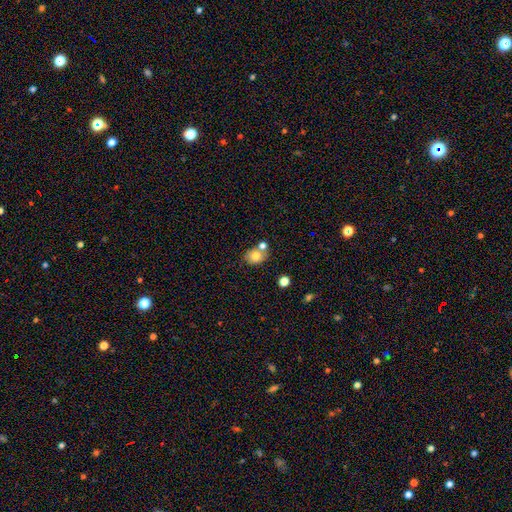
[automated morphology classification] type=smooth (77%); roundness=in between (50%); merging=none (57%).